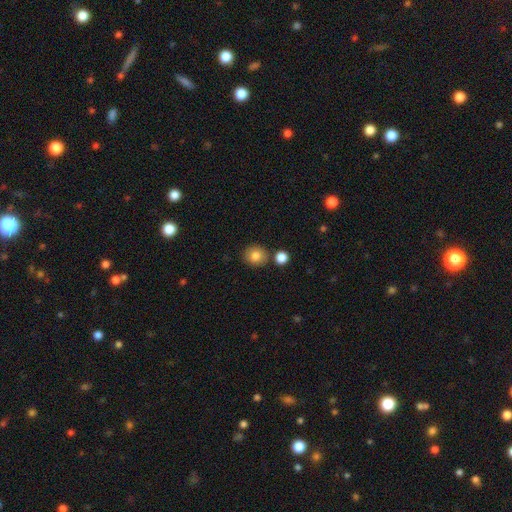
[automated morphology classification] Overall: smooth (83%). How rounded: round (84%). Merging: none (80%).